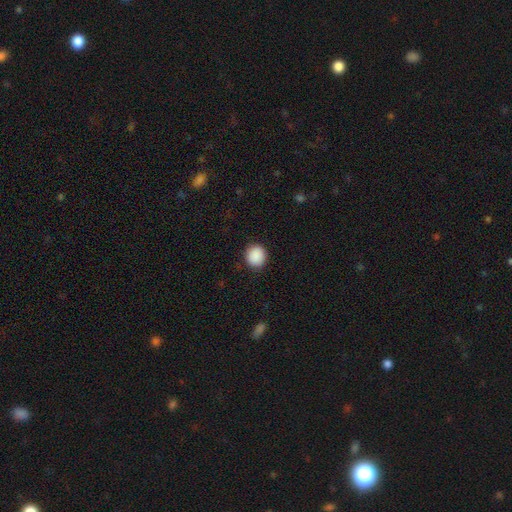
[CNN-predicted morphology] Q: Smooth or featured?
A: smooth (90%); runner-up: star or artifact (8%)
Q: How rounded?
A: round (86%); runner-up: in between (13%)
Q: Merging?
A: none (90%); runner-up: minor disturbance (6%)